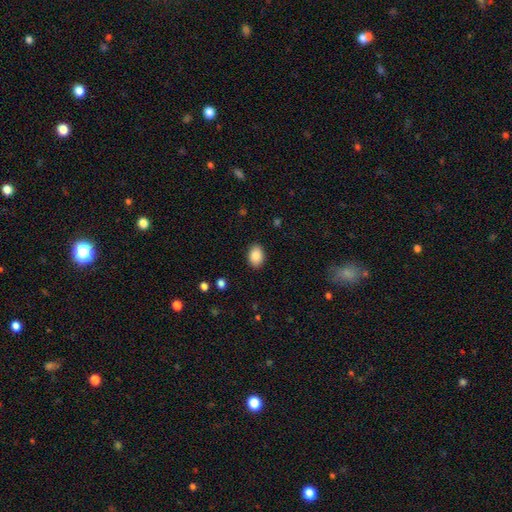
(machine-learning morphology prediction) Overall: smooth (88%). How rounded: in between (80%). Merging: none (88%).